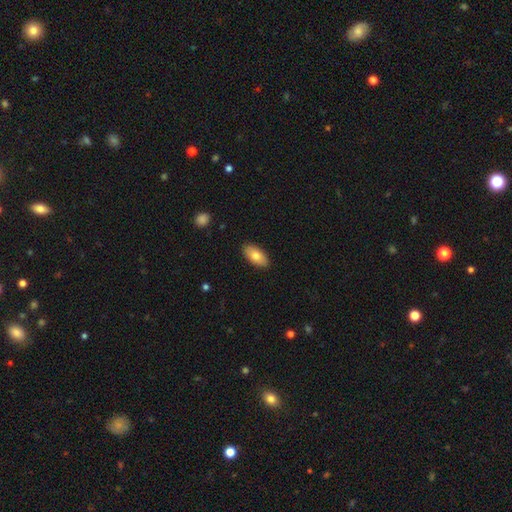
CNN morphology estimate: A smooth galaxy with no disk features (79%) that is in between round and cigar-shaped (93%). Merging: none (89%).